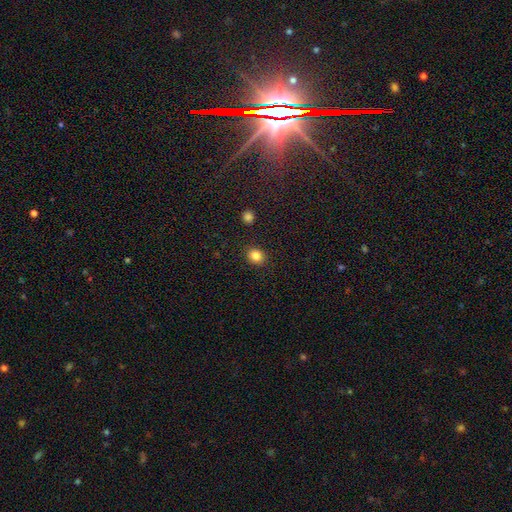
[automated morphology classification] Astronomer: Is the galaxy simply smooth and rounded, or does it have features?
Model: smooth — 84%.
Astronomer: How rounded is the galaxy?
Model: round — 70%.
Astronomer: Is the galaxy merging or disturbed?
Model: none — 90%.